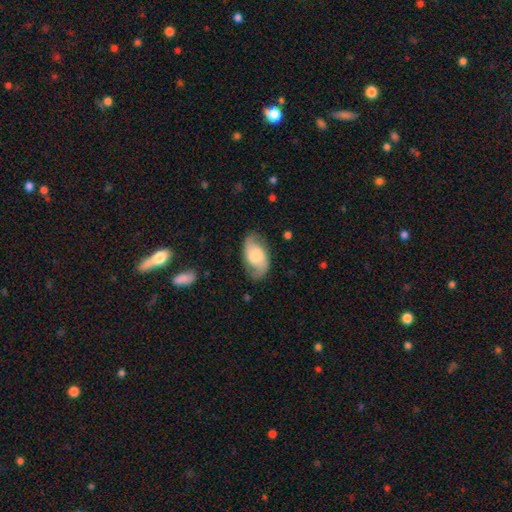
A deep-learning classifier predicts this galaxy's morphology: Smooth or featured? featured or disk (57%)
Edge-on disk? no (95%)
Bar? no (55%)
Spiral arms? yes (85%)
Bulge size? moderate (40%)
Merging? none (72%)